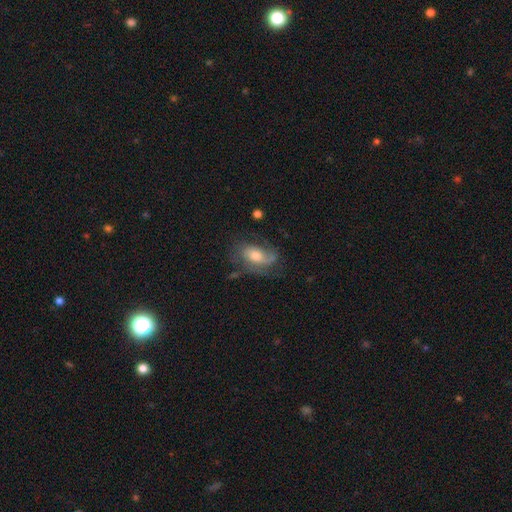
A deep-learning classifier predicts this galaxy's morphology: type=featured or disk (59%); edge-on=no (94%); bar=no (65%); spiral arms=yes (81%); bulge=moderate (60%); merging=none (52%).